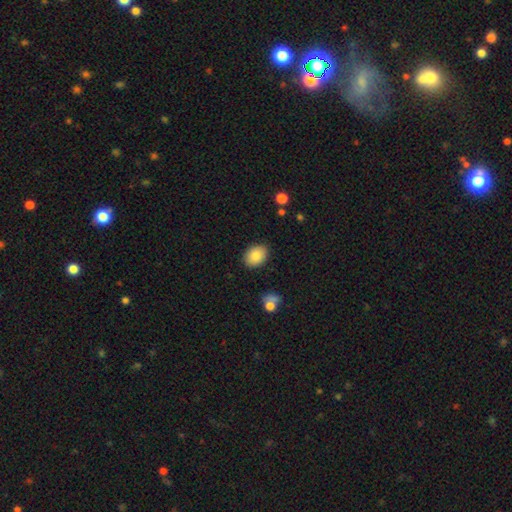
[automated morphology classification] smooth-or-featured: smooth: 86% | star or artifact: 8% | featured or disk: 7%
  how-rounded: in between: 72% | round: 27% | cigar-shaped: 1%
  merging: none: 86% | minor disturbance: 10% | major disturbance: 2% | merger: 2%